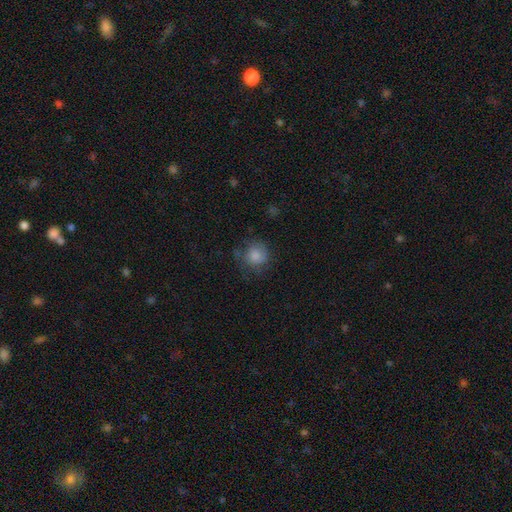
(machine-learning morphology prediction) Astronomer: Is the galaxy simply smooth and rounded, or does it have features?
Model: smooth — 80%.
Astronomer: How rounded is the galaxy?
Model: round — 88%.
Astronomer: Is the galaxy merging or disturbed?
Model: none — 66%.